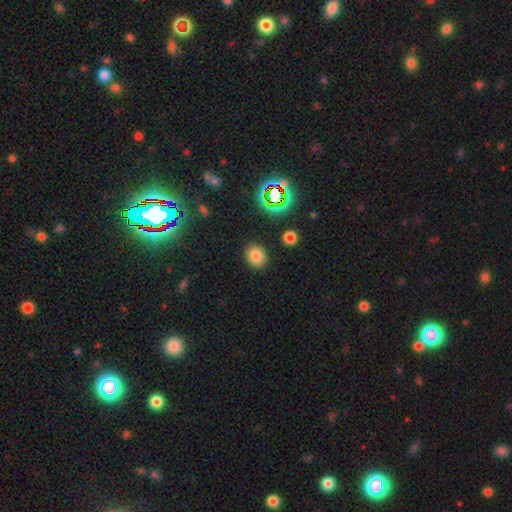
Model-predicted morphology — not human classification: Overall: smooth (77%). How rounded: round (60%; in between 39%). Merging: none (88%).